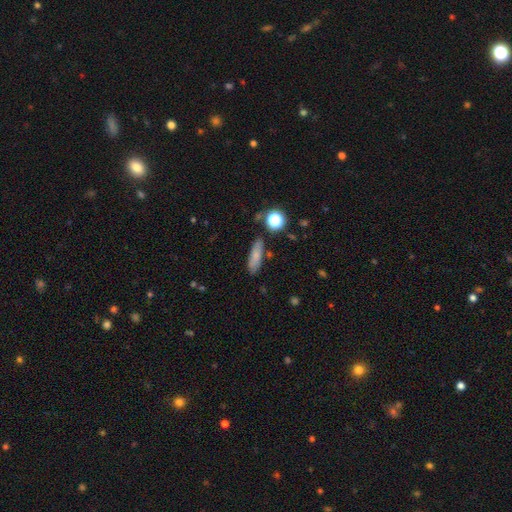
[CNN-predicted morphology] A smooth galaxy with no disk features (74%) that is cigar-shaped (50%).

Vote fractions:
- Smooth or featured? smooth: 74% / featured or disk: 16% / star or artifact: 10%
- How rounded? cigar-shaped: 50% / in between: 46% / round: 4%
- Merging? none: 80% / minor disturbance: 13% / merger: 4% / major disturbance: 3%